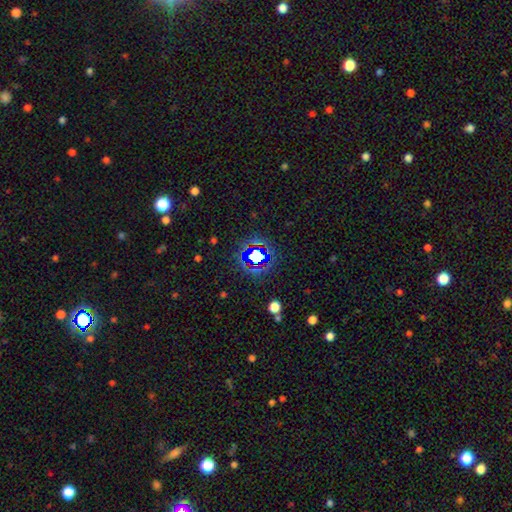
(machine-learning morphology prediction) Smooth or featured? Predicted: star or artifact (p=0.68).